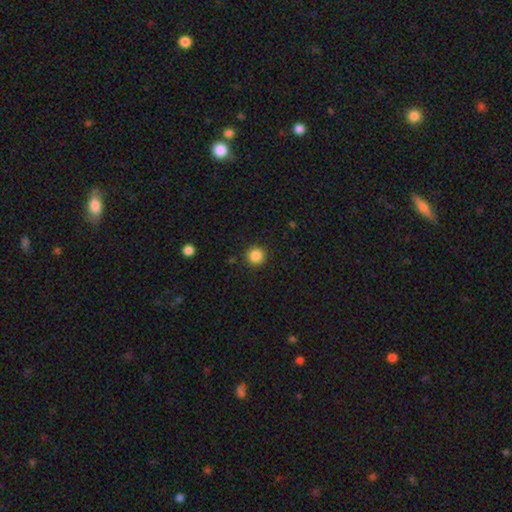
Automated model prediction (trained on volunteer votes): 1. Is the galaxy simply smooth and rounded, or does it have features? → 86% smooth, 10% star or artifact, 4% featured or disk.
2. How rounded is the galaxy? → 96% round, 4% in between, 1% cigar-shaped.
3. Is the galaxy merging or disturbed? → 91% none, 5% minor disturbance, 2% major disturbance, 1% merger.